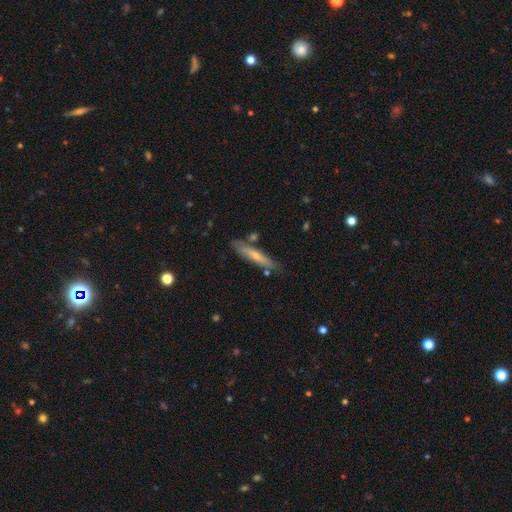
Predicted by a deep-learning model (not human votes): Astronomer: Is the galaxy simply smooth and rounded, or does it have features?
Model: smooth — 54% (runner-up: featured or disk, 40%).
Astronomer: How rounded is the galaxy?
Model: cigar-shaped — 88%.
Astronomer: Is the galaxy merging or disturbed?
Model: none — 77%.